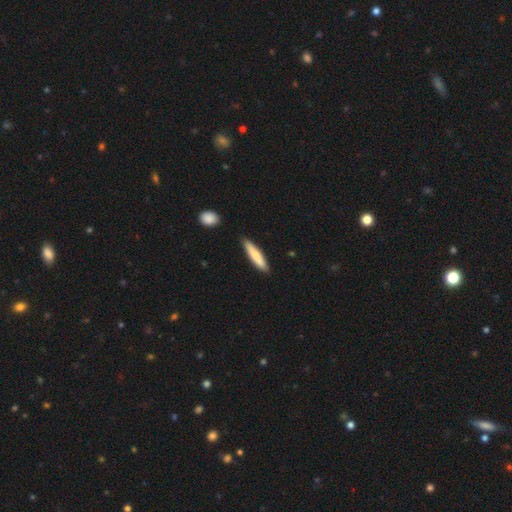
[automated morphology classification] This is likely a smooth galaxy (73%). How rounded: clearly cigar-shaped (85%). Merging: clearly none (86%).